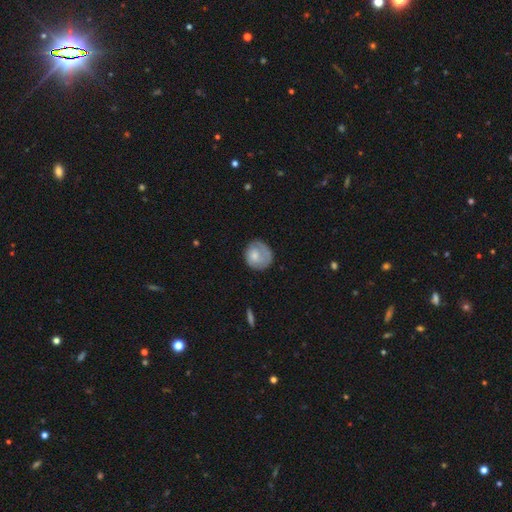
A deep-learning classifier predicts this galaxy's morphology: Smooth or featured: smooth — 57% (featured or disk — 37%)
How rounded: round — 80% (in between — 19%)
Merging: none — 62% (minor disturbance — 24%)